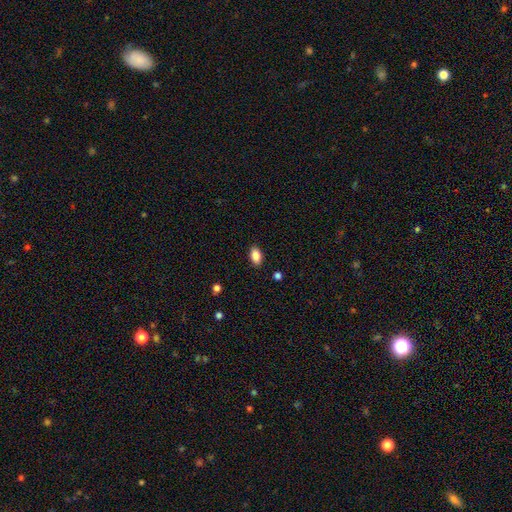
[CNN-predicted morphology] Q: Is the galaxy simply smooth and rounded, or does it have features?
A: smooth — 87%.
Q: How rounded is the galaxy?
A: in between — 91%.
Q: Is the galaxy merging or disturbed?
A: none — 89%.